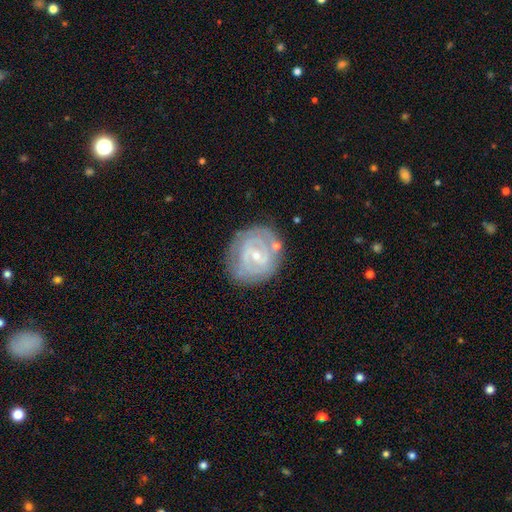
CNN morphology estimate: Smooth or featured: featured or disk — 82% (smooth — 12%)
Edge-on disk: no — 97% (yes — 3%)
Bar: weak — 51% (no — 29%)
Spiral arms: yes — 91% (no — 9%)
Spiral winding: tight — 68% (medium — 26%)
Spiral arm count: 2 — 48% (can't tell — 27%)
Bulge size: small — 71% (moderate — 26%)
Merging: none — 74% (minor disturbance — 16%)